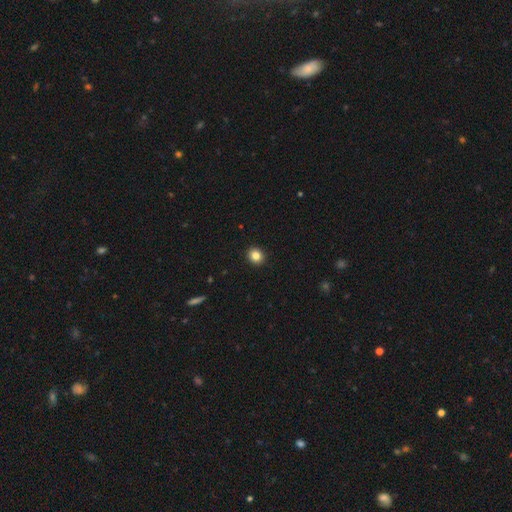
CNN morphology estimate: smooth_or_featured: smooth (p=0.84) [alt: star or artifact p=0.11]
how_rounded: round (p=0.79) [alt: in between p=0.21]
merging: none (p=0.93) [alt: minor disturbance p=0.05]